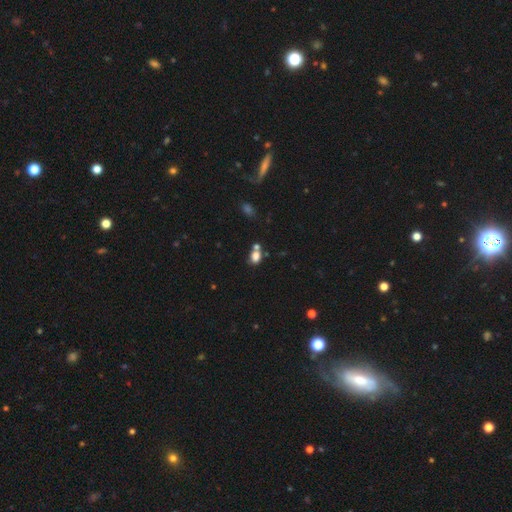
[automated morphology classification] smooth-or-featured: smooth: 78% | star or artifact: 14% | featured or disk: 8%
  how-rounded: in between: 60% | round: 38% | cigar-shaped: 2%
  merging: none: 51% | merger: 31% | minor disturbance: 13% | major disturbance: 6%